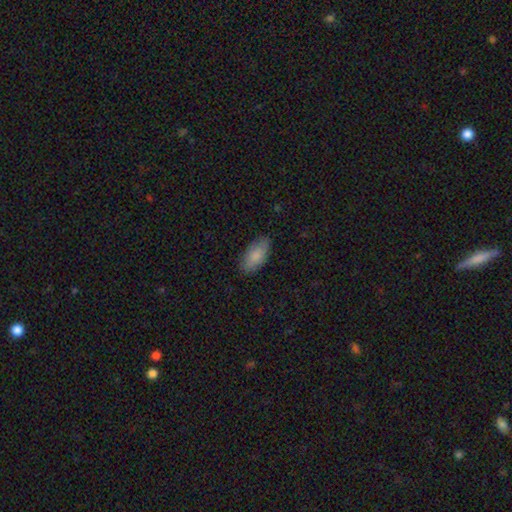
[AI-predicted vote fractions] smooth-or-featured: smooth: 84% | featured or disk: 10% | star or artifact: 6%
  how-rounded: in between: 92% | cigar-shaped: 6% | round: 2%
  merging: none: 83% | minor disturbance: 13% | major disturbance: 3% | merger: 1%